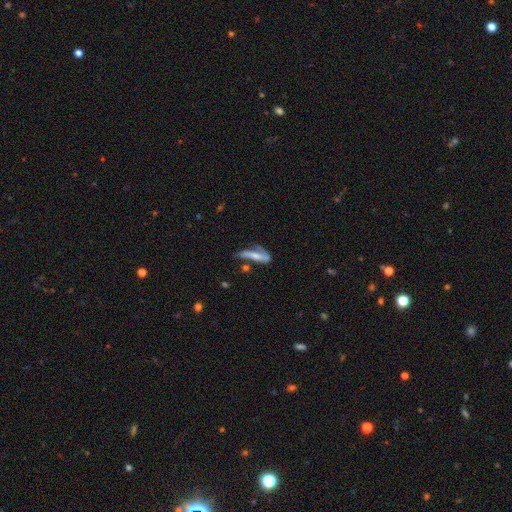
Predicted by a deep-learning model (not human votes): A featured or disk galaxy (55%). Merging: none (34%).